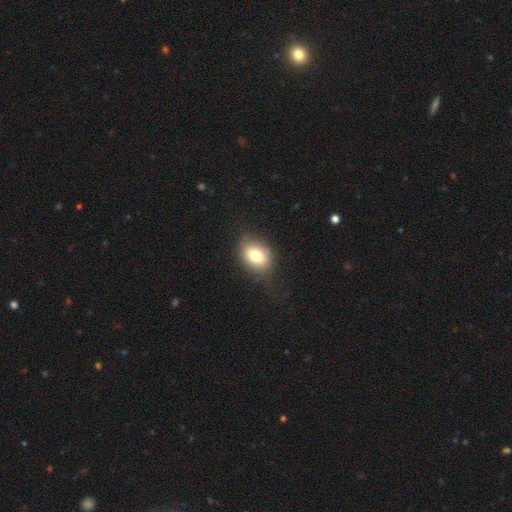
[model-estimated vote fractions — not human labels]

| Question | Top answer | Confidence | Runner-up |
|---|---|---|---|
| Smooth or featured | smooth | 78% | featured or disk (13%) |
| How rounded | in between | 73% | round (26%) |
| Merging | none | 70% | minor disturbance (21%) |